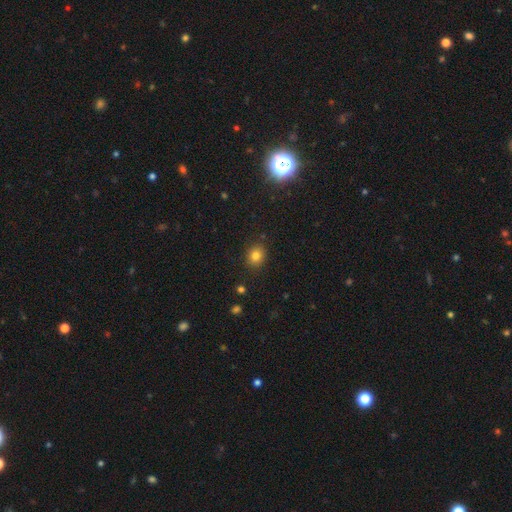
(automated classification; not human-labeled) Smooth or featured?
  - smooth: 81% *
  - star or artifact: 13%
  - featured or disk: 7%
How rounded?
  - round: 70% *
  - in between: 29%
  - cigar-shaped: 1%
Merging?
  - none: 88% *
  - minor disturbance: 8%
  - major disturbance: 2%
  - merger: 2%